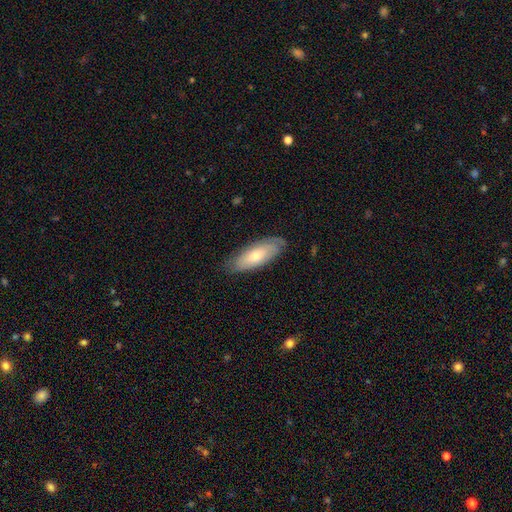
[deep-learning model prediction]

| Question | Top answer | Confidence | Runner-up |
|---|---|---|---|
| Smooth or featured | smooth | 61% | featured or disk (33%) |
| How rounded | in between | 72% | cigar-shaped (26%) |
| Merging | none | 79% | minor disturbance (17%) |